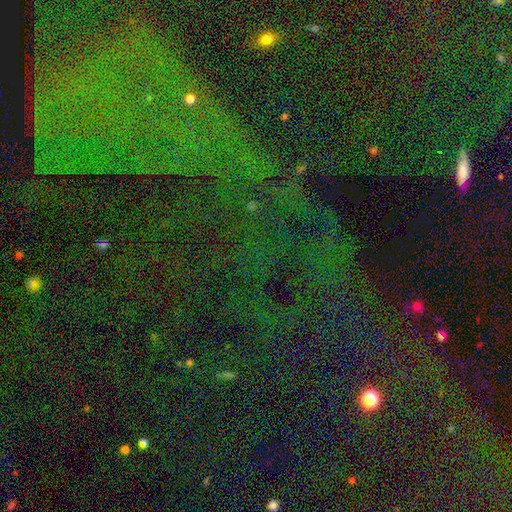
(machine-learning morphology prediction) A star or artifact, not a galaxy (81%).

Vote fractions:
- Smooth or featured? star or artifact: 81% / smooth: 10% / featured or disk: 9%